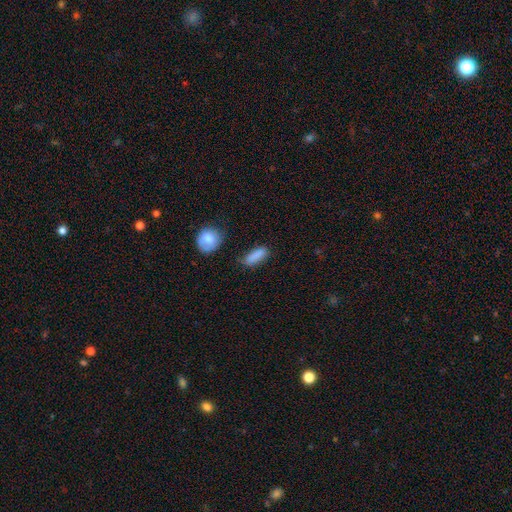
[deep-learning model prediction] Smooth or featured? Predicted: smooth (p=0.86). How rounded? Predicted: in between (p=0.59). Merging? Predicted: none (p=0.72).